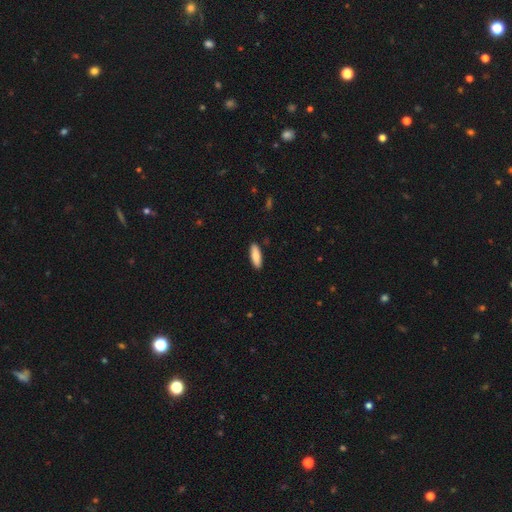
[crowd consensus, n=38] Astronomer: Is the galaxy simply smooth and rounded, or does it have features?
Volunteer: smooth — 74%.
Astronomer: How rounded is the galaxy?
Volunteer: cigar-shaped — 61% (runner-up: in between, 39%).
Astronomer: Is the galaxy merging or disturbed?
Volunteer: none — 91%.